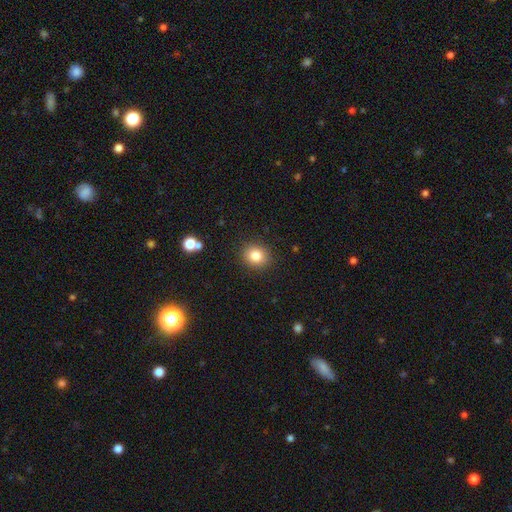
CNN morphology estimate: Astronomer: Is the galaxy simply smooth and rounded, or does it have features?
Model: smooth — 82%.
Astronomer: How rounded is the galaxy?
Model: round — 76%.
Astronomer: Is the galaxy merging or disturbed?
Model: none — 89%.